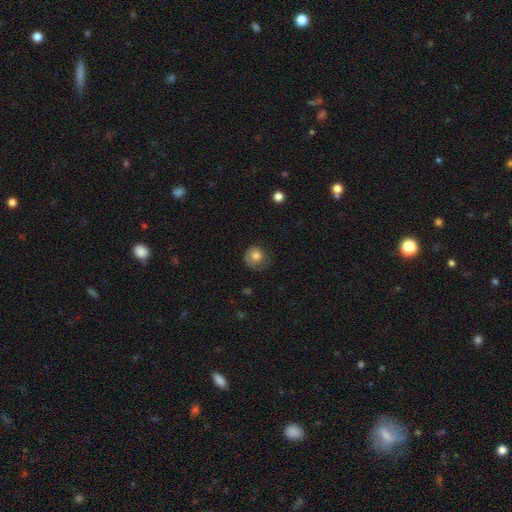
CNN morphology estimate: This appears to be a smooth galaxy with no disk features (76%) that is round (84%). Merging: none (57%).